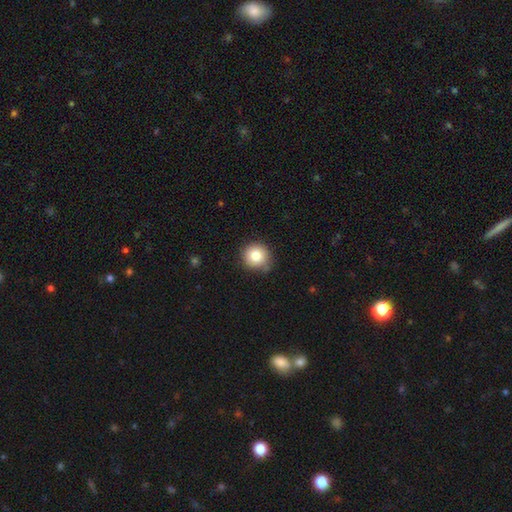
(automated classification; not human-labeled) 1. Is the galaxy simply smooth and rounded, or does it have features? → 82% smooth, 10% star or artifact, 8% featured or disk.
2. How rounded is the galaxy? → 93% round, 6% in between, 1% cigar-shaped.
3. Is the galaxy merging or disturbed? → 81% none, 15% minor disturbance, 3% major disturbance, 2% merger.